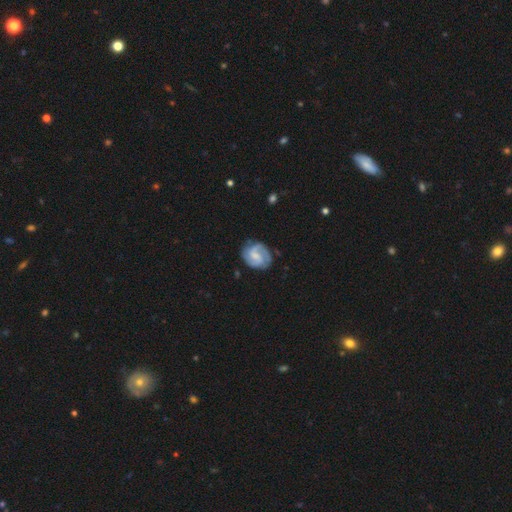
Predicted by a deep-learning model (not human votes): This is likely a featured or disk galaxy (79%). It is clearly not viewed edge-on (98%). Bar: possibly weak (55%). Spiral arm pattern: clearly yes (96%). Spiral arm count: likely 2 (71%). Spiral winding: possibly medium (46%). Central bulge: marginally small (41%). Merging: likely none (76%).